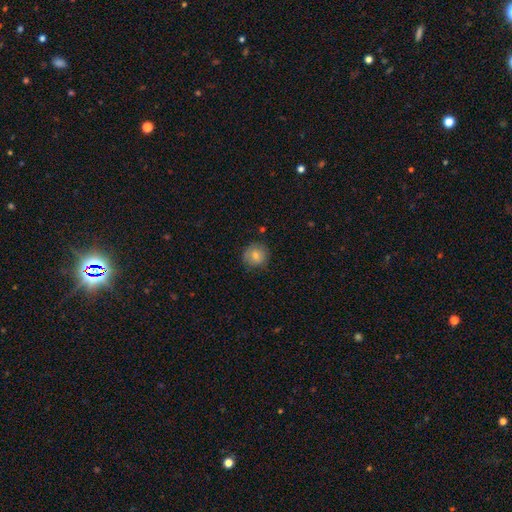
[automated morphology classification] Smooth or featured? Predicted: smooth (p=0.79). How rounded? Predicted: round (p=0.89). Merging? Predicted: none (p=0.82).